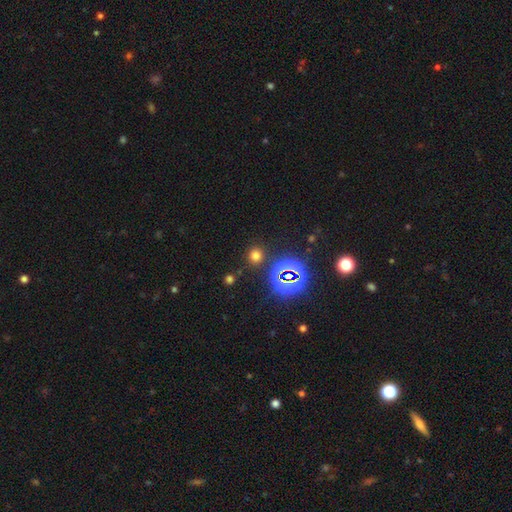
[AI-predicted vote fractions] Morphology: type=smooth (65%); roundness=round (89%); merging=none (86%).